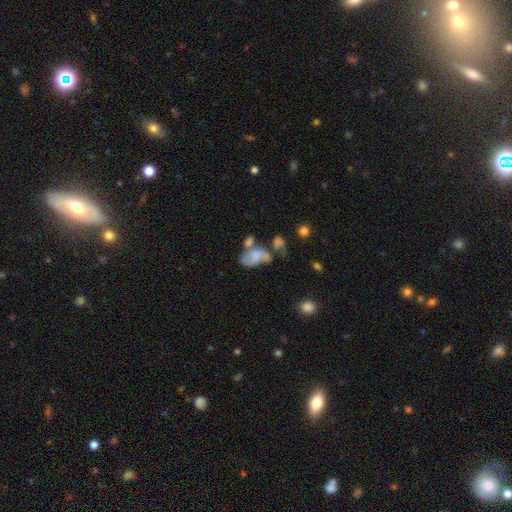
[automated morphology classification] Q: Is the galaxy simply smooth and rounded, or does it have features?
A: smooth — 54%.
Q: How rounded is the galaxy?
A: in between — 88%.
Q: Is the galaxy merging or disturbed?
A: merger — 36%.